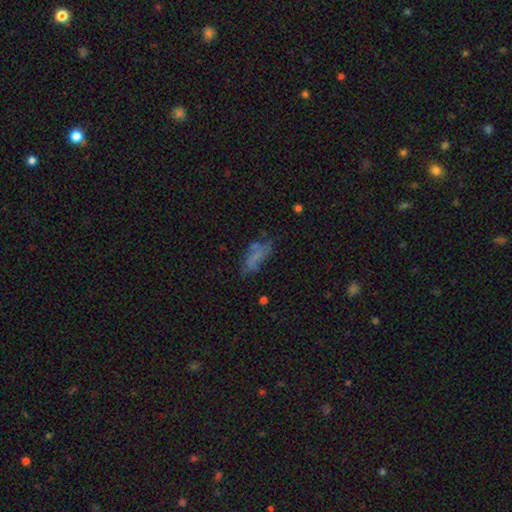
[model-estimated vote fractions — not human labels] A smooth galaxy with no disk features (54%) that is in between round and cigar-shaped (70%).

Vote fractions:
- Smooth or featured? smooth: 54% / featured or disk: 30% / star or artifact: 16%
- How rounded? in between: 70% / cigar-shaped: 26% / round: 4%
- Merging? none: 42% / minor disturbance: 26% / major disturbance: 24% / merger: 8%